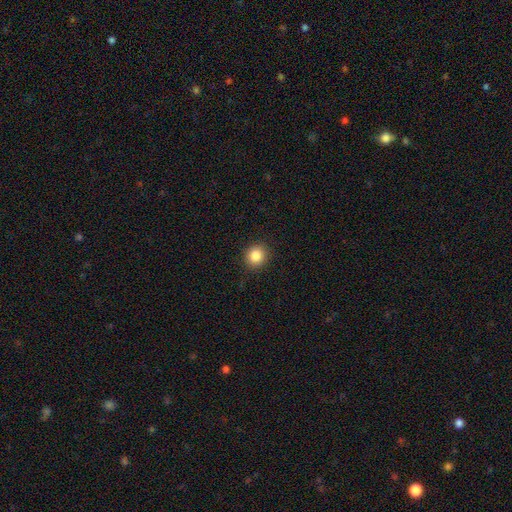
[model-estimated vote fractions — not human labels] smooth 85%, star or artifact 10%, featured or disk 5%. Down the decision tree: how rounded — round (87%); merging — none (91%).